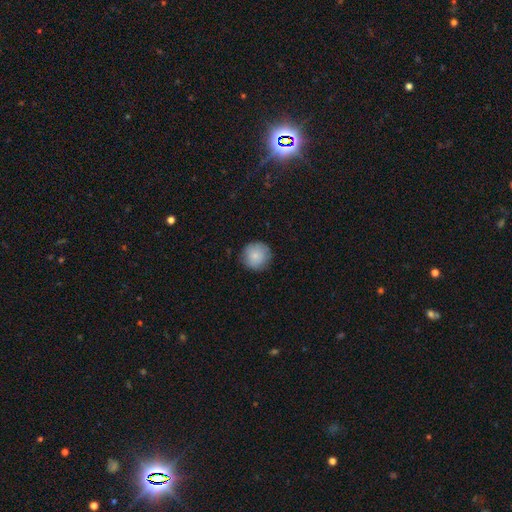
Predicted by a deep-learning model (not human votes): Morphology: type=smooth (84%); roundness=round (94%); merging=none (83%).